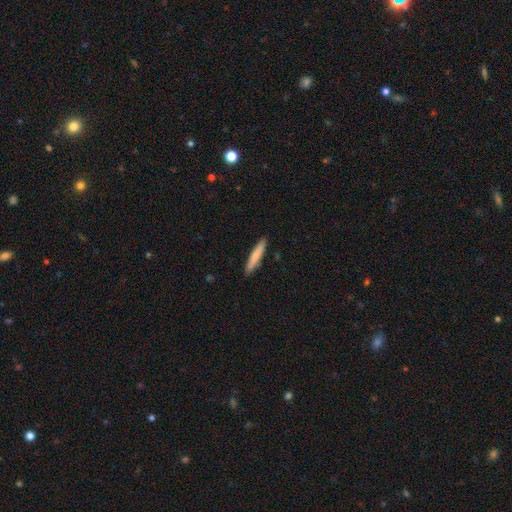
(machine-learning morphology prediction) Smooth or featured: smooth — 78% (featured or disk — 17%)
How rounded: cigar-shaped — 94% (in between — 5%)
Merging: none — 90% (minor disturbance — 8%)